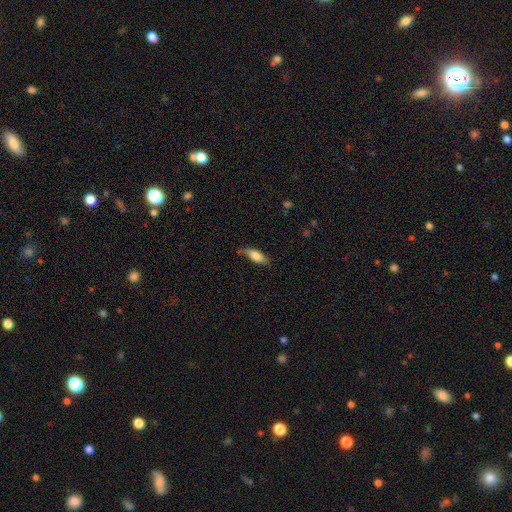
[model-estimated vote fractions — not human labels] smooth_or_featured: smooth (p=0.78) [alt: featured or disk p=0.16]
how_rounded: in between (p=0.72) [alt: cigar-shaped p=0.25]
merging: none (p=0.67) [alt: minor disturbance p=0.25]